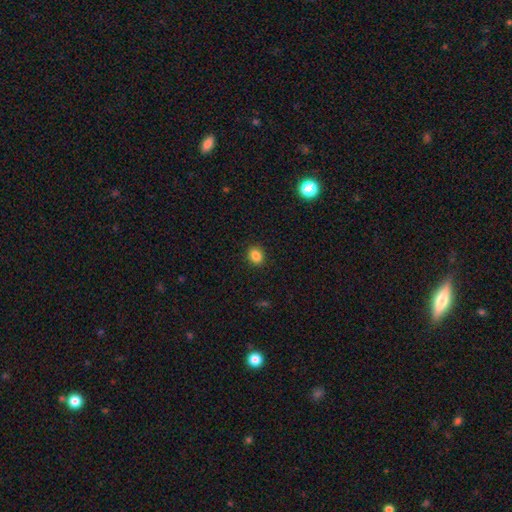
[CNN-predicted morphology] Smooth or featured? Predicted: smooth (p=0.85). How rounded? Predicted: round (p=0.52). Merging? Predicted: none (p=0.90).